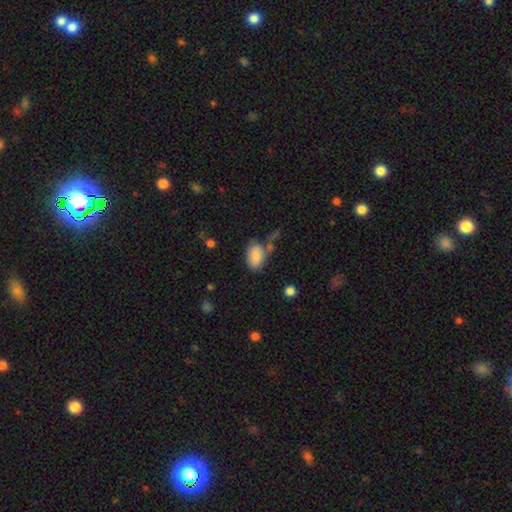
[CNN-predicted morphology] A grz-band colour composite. It shows a smooth galaxy with no disk features (84%) that is in between round and cigar-shaped (90%). Merging: none (55%).